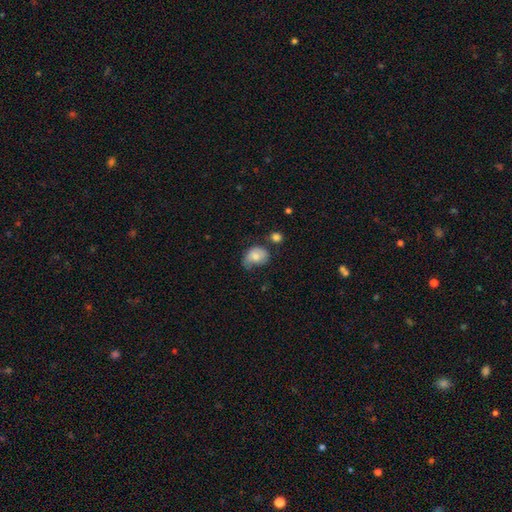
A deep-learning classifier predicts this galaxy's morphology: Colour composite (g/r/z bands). It shows a smooth galaxy with no disk features (71%) that is in between round and cigar-shaped (64%). Merging: minor disturbance (39%).